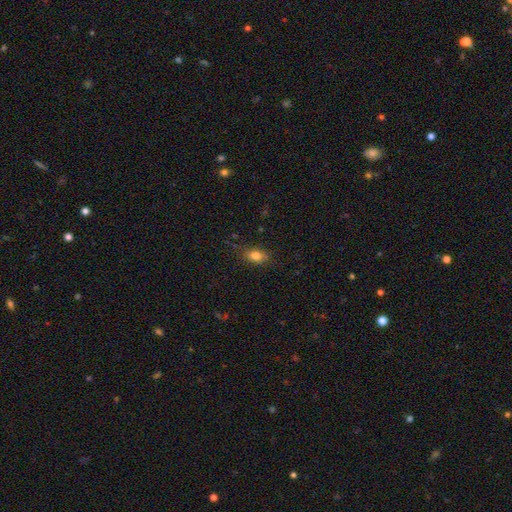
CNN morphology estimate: Smooth or featured?
  - smooth: 82% *
  - star or artifact: 10%
  - featured or disk: 9%
How rounded?
  - in between: 79% *
  - round: 17%
  - cigar-shaped: 4%
Merging?
  - none: 78% *
  - minor disturbance: 16%
  - major disturbance: 4%
  - merger: 1%